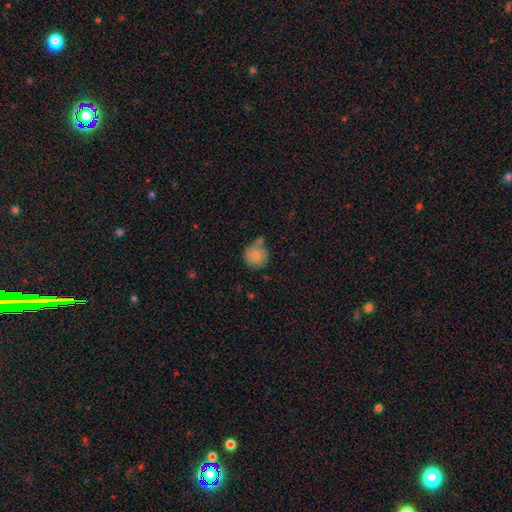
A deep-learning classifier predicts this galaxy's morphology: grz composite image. It shows a smooth galaxy with no disk features (81%) that is round (91%). Merging: none (59%).